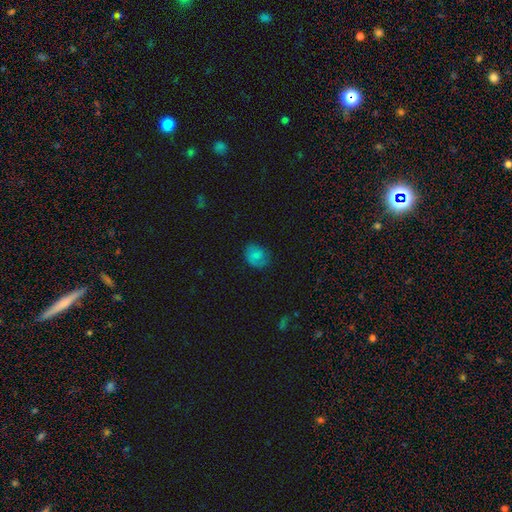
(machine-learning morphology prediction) Smooth or featured? smooth (77%)
How rounded? round (54%)
Merging? none (71%)